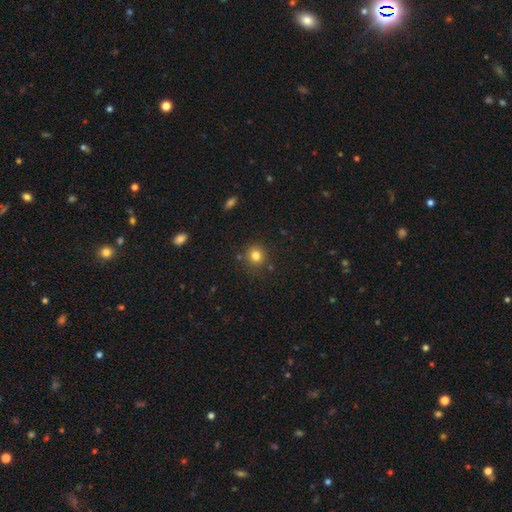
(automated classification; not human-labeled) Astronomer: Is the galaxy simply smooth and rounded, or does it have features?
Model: smooth — 81%.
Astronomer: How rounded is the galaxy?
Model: round — 88%.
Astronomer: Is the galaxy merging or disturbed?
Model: none — 82%.